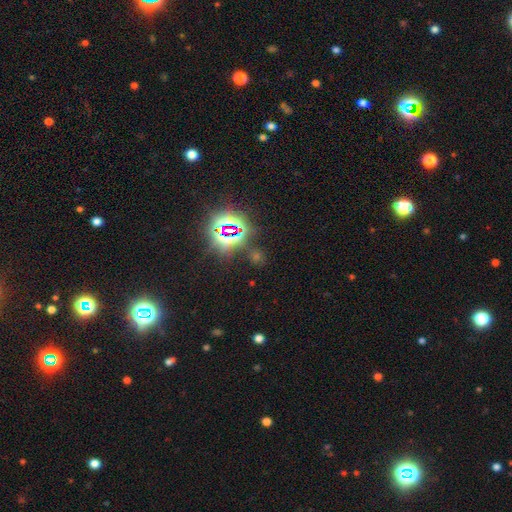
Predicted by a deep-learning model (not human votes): A star or artifact, not a galaxy (73%).